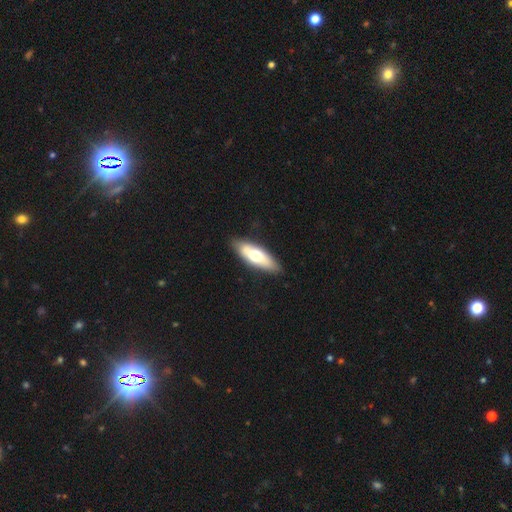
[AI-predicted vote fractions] This is possibly a smooth galaxy (56%). How rounded: possibly in between (57%). Merging: clearly none (84%).